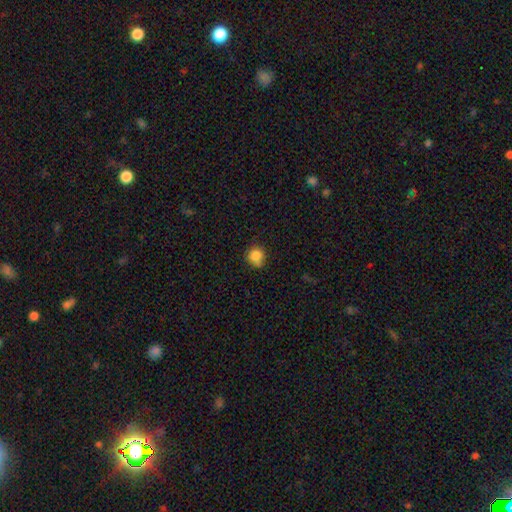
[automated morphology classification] A smooth galaxy with no disk features (83%) that is round (85%).

Vote fractions:
- Smooth or featured? smooth: 83% / star or artifact: 11% / featured or disk: 7%
- How rounded? round: 85% / in between: 14% / cigar-shaped: 1%
- Merging? none: 62% / minor disturbance: 26% / merger: 6% / major disturbance: 6%